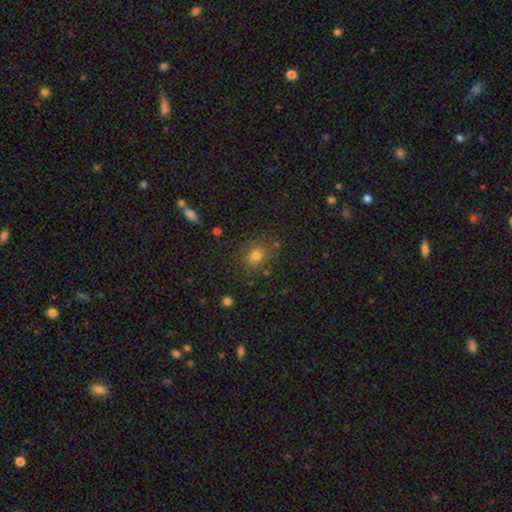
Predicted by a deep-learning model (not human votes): The model was most divided on "how rounded": round: 73%, in between: 26%, cigar-shaped: 1%. More confident: merging — none (81%); smooth or featured — smooth (76%).